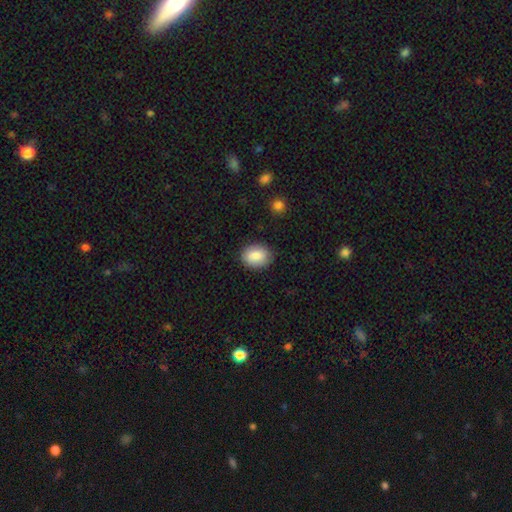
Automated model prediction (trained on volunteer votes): A smooth galaxy with no disk features (86%) that is in between round and cigar-shaped (67%).

Vote fractions:
- Smooth or featured? smooth: 86% / star or artifact: 7% / featured or disk: 7%
- How rounded? in between: 67% / round: 31% / cigar-shaped: 1%
- Merging? none: 86% / minor disturbance: 10% / major disturbance: 3% / merger: 1%